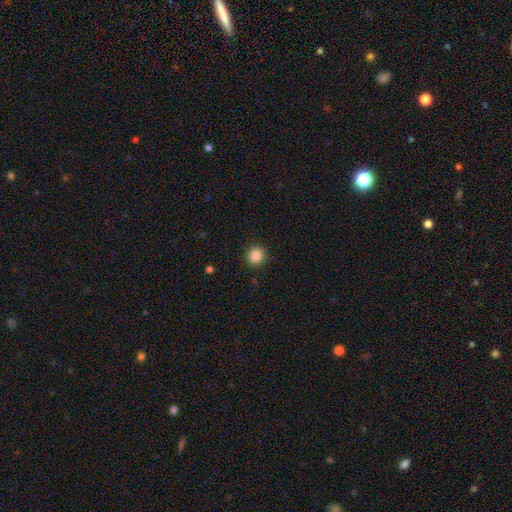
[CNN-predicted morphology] Overall: smooth (86%). How rounded: round (89%). Merging: none (91%).